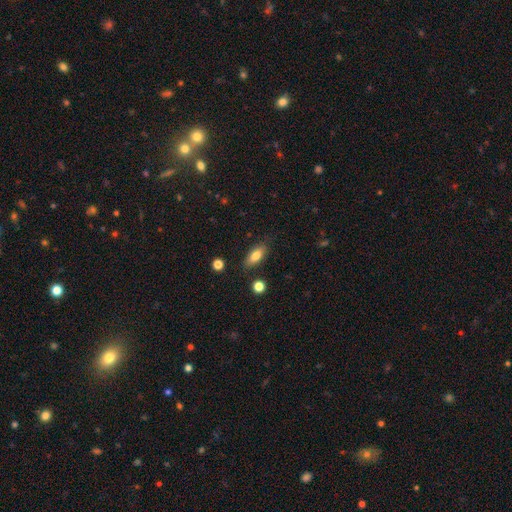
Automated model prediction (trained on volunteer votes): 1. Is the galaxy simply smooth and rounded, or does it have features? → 77% smooth, 15% featured or disk, 8% star or artifact.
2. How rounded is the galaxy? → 76% in between, 20% cigar-shaped, 4% round.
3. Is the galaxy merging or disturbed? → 83% none, 12% minor disturbance, 3% major disturbance, 2% merger.